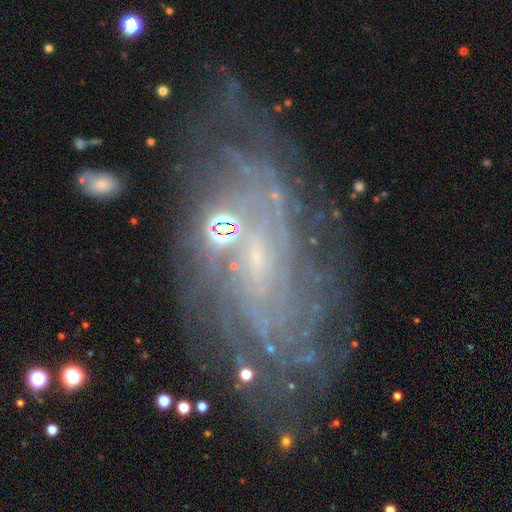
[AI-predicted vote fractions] featured or disk 78%, star or artifact 11%, smooth 10%. Down the decision tree: edge-on disk — no (92%); bar — no (54%); spiral arms — yes (86%); spiral arm count — can't tell (55%); spiral winding — tight (60%); bulge size — small (66%); merging — none (69%).